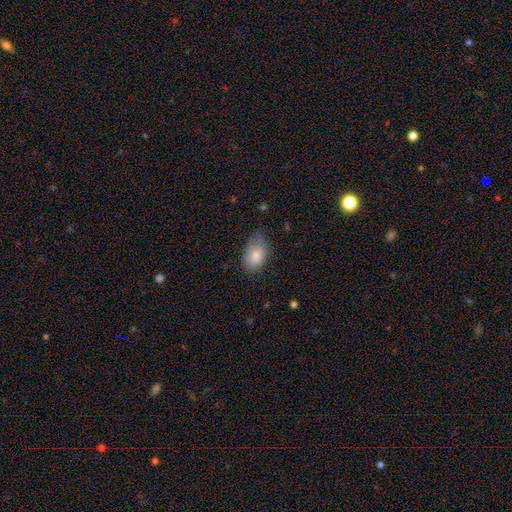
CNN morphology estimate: smooth_or_featured: smooth (p=0.81) [alt: featured or disk p=0.12]
how_rounded: in between (p=0.91) [alt: round p=0.08]
merging: none (p=0.54) [alt: minor disturbance p=0.35]